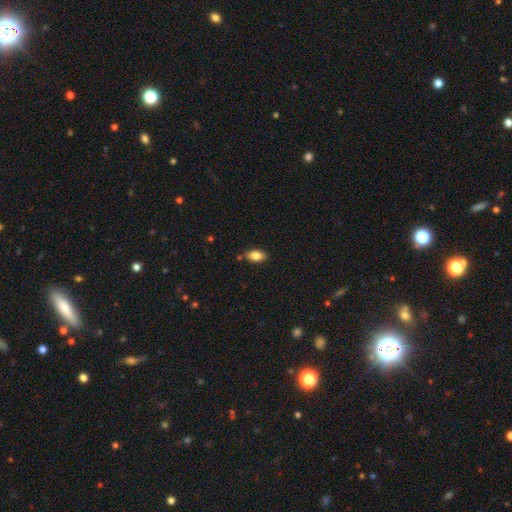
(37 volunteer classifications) A smooth galaxy with no disk features (76%) that is in between round and cigar-shaped (100%). Merging: none (95%).